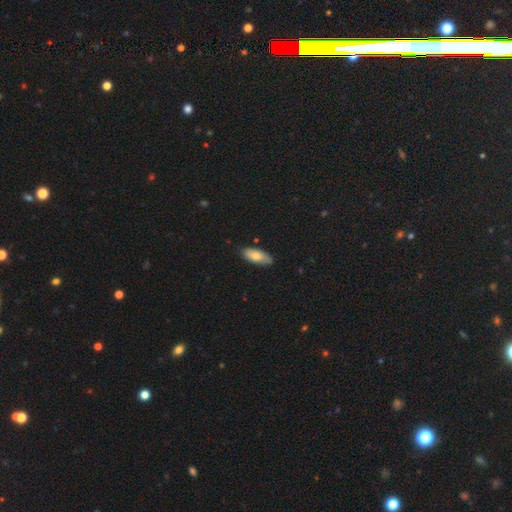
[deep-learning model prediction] This is likely a smooth galaxy (75%). How rounded: clearly in between (83%). Merging: likely none (79%).